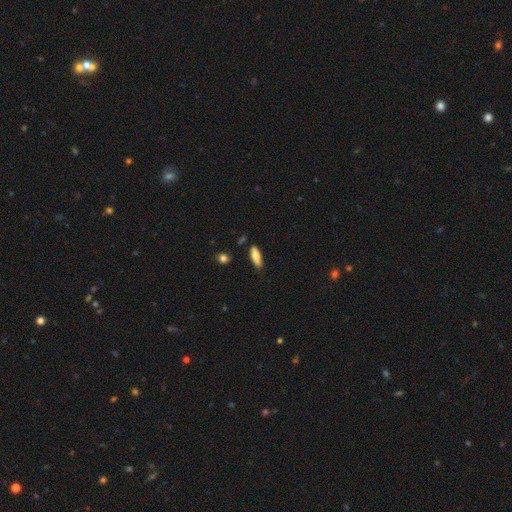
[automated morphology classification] Smooth or featured: smooth — 72% (featured or disk — 22%)
How rounded: in between — 62% (cigar-shaped — 35%)
Merging: none — 76% (minor disturbance — 18%)